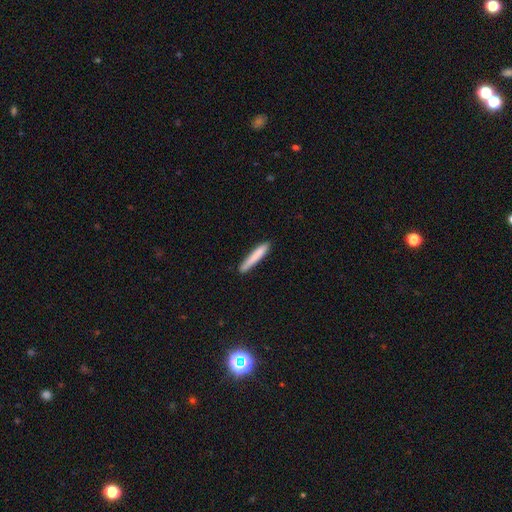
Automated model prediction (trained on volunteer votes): smooth 81%, featured or disk 13%, star or artifact 6%. Down the decision tree: how rounded — cigar-shaped (94%); merging — none (86%).